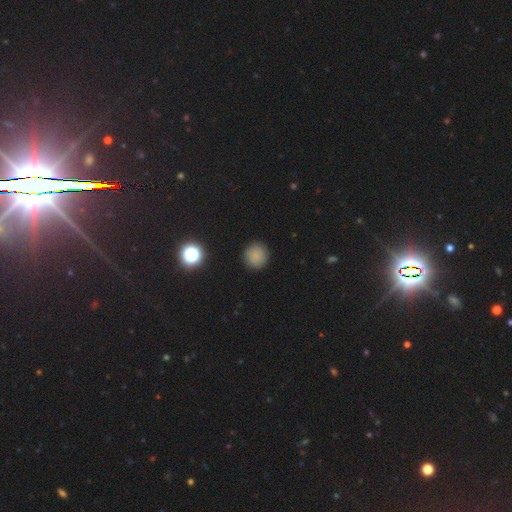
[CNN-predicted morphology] This is clearly a smooth galaxy (82%). How rounded: clearly round (93%). Merging: clearly none (89%).